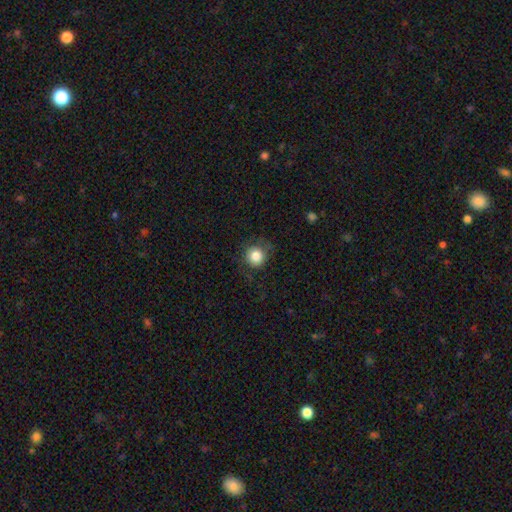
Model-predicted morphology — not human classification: Smooth or featured? smooth (83%)
How rounded? round (92%)
Merging? none (79%)